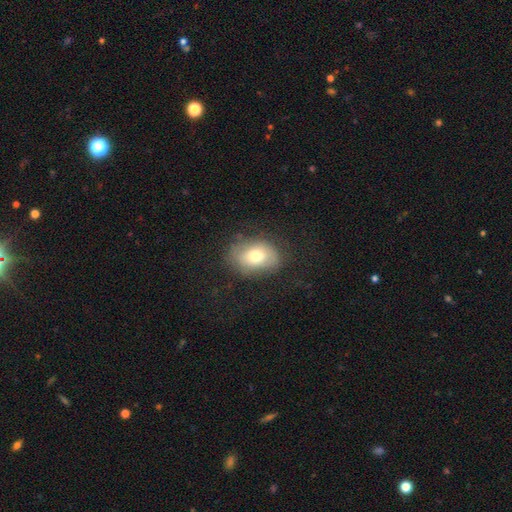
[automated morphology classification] Smooth or featured? smooth (70%)
How rounded? in between (73%)
Merging? none (73%)